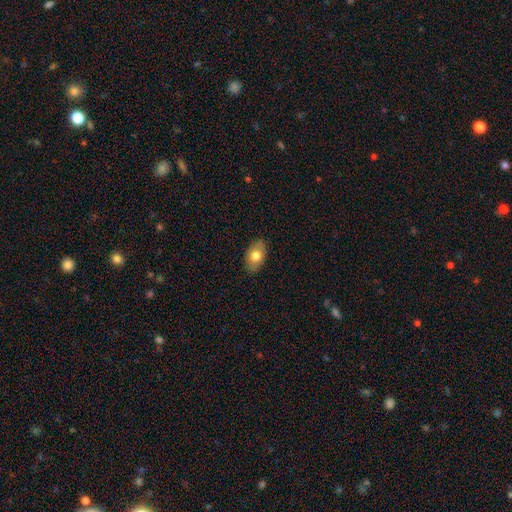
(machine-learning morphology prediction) A smooth galaxy with no disk features (77%) that is in between round and cigar-shaped (90%). Merging: none (87%).